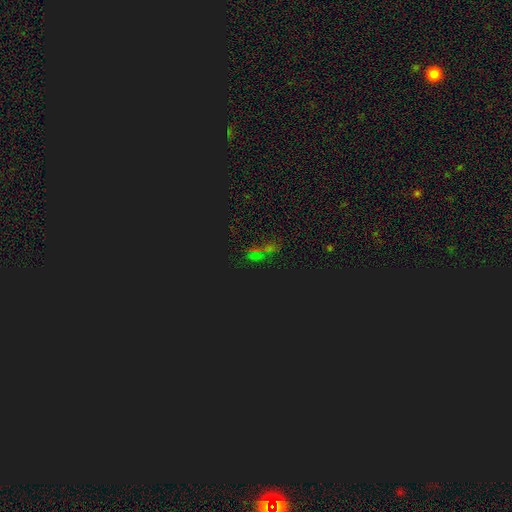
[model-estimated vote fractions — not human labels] star or artifact 72%, smooth 19%, featured or disk 9%.